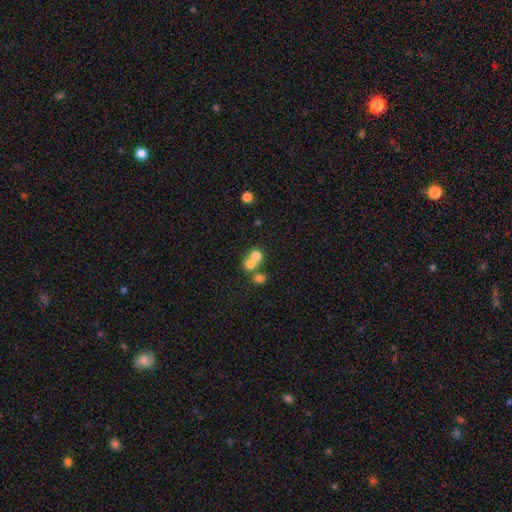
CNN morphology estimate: smooth-or-featured: smooth: 69% | featured or disk: 18% | star or artifact: 12%
  how-rounded: round: 76% | in between: 23% | cigar-shaped: 1%
  merging: merger: 64% | none: 28% | minor disturbance: 5% | major disturbance: 3%